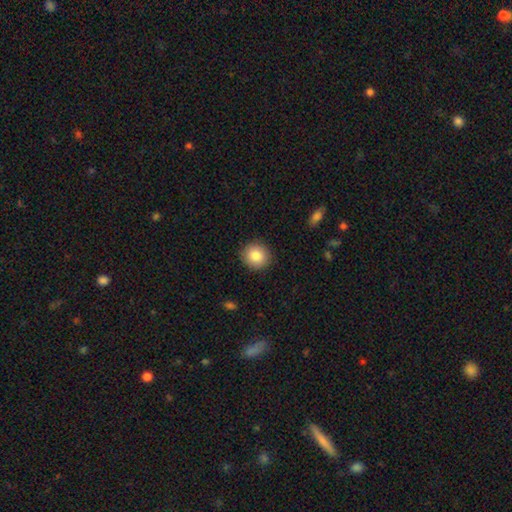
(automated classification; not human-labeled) Q: Smooth or featured?
A: smooth (85%); runner-up: star or artifact (8%)
Q: How rounded?
A: round (86%); runner-up: in between (13%)
Q: Merging?
A: none (91%); runner-up: minor disturbance (7%)